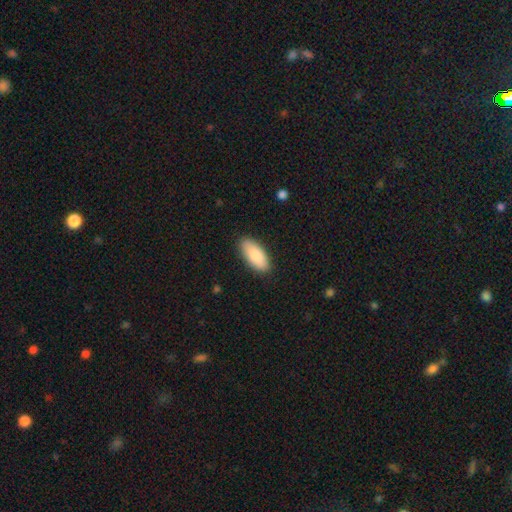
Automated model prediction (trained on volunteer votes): Smooth or featured? smooth (85%)
How rounded? in between (87%)
Merging? none (87%)